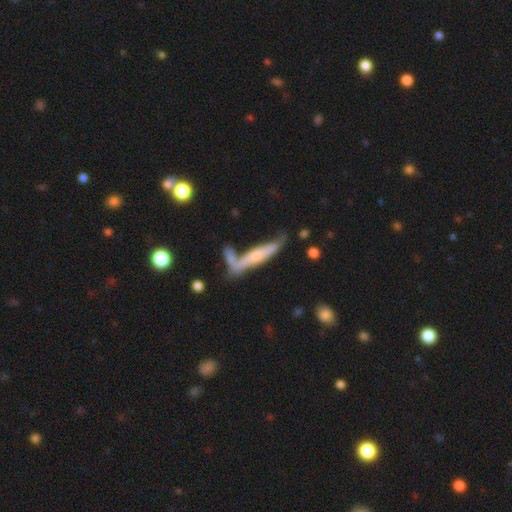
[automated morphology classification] The model was most divided on "smooth or featured": featured or disk: 53%, smooth: 39%, star or artifact: 7%. Remaining: edge-on disk — yes (83%); merging — none (46%).